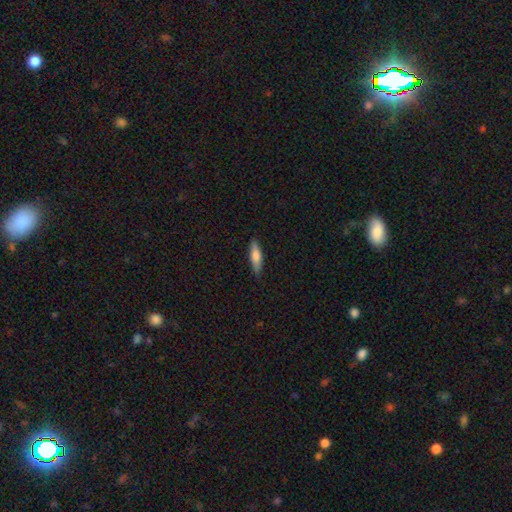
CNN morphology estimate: Smooth or featured: smooth — 70% (featured or disk — 25%)
How rounded: cigar-shaped — 63% (in between — 35%)
Merging: none — 84% (minor disturbance — 13%)